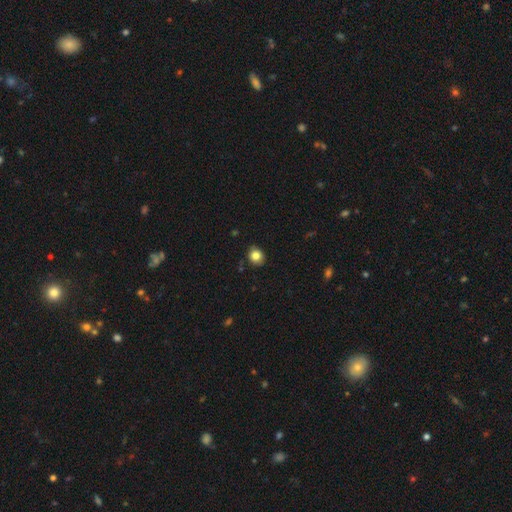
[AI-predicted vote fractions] Overall: smooth (82%). How rounded: round (72%). Merging: none (85%).